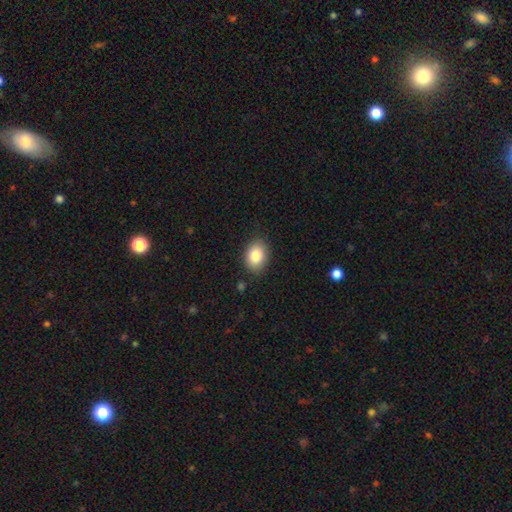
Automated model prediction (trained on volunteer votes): Overall: smooth (84%). How rounded: in between (70%). Merging: none (86%).